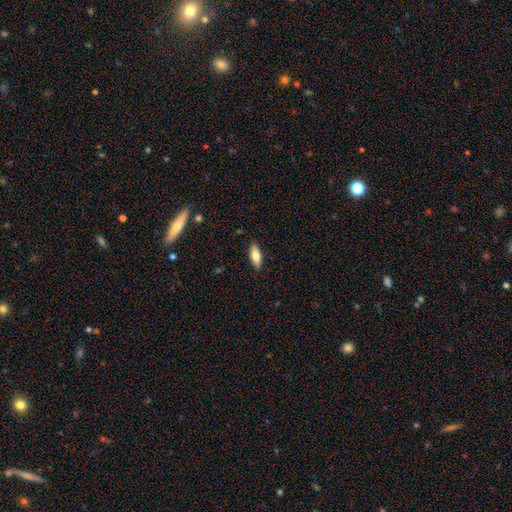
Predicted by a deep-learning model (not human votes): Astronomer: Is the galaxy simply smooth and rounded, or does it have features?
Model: smooth — 72%.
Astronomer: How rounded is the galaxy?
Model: in between — 71%.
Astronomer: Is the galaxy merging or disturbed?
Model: none — 89%.